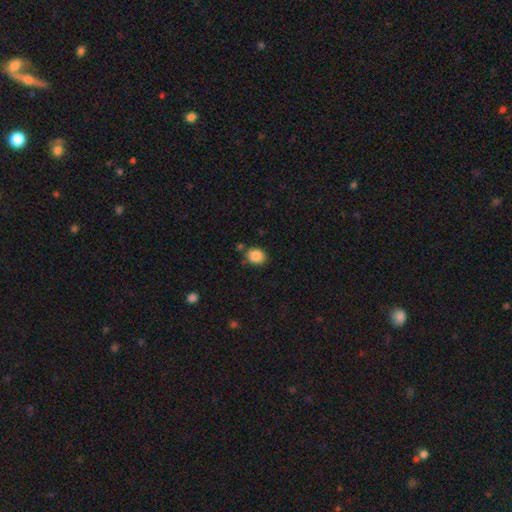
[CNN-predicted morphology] Smooth or featured?
  - smooth: 87% *
  - star or artifact: 9%
  - featured or disk: 4%
How rounded?
  - round: 62% *
  - in between: 37%
  - cigar-shaped: 1%
Merging?
  - none: 76% *
  - minor disturbance: 13%
  - merger: 7%
  - major disturbance: 3%